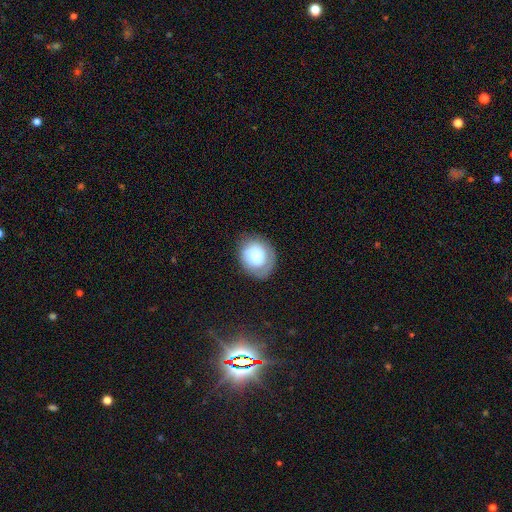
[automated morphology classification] Overall: smooth (62%; featured or disk 30%). How rounded: round (68%; in between 31%). Merging: none (68%).